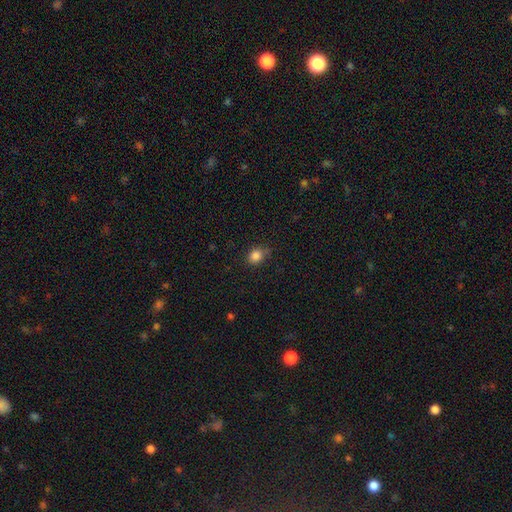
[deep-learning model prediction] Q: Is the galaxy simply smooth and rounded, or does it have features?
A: smooth — 85%.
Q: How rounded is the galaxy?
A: round — 60%.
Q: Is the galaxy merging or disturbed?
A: none — 73%.